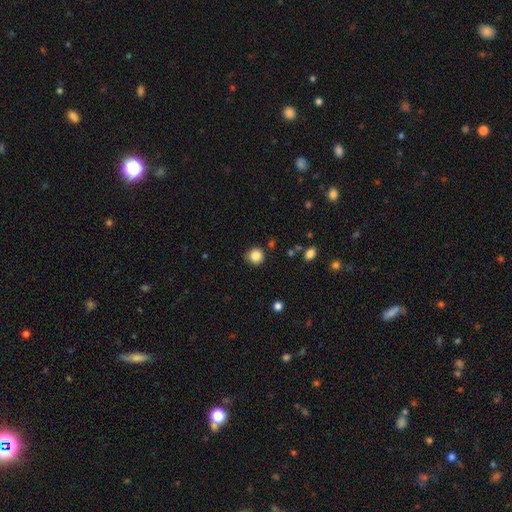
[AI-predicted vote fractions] This appears to be a smooth galaxy with no disk features (85%) that is round (93%). Merging: none (87%).